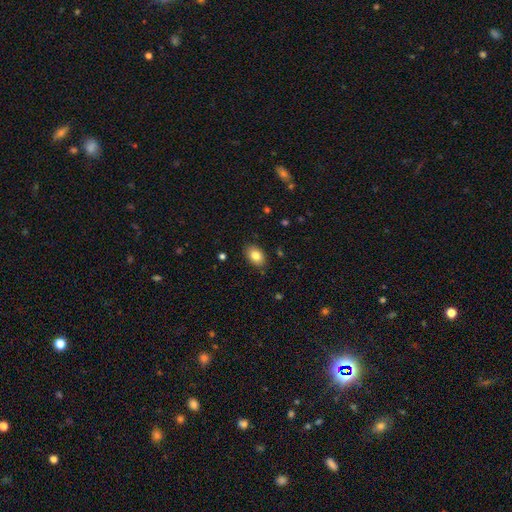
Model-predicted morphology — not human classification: type=smooth (82%); roundness=in between (85%); merging=none (86%).